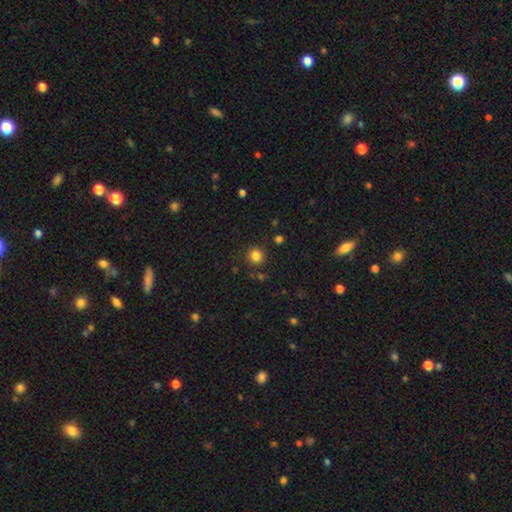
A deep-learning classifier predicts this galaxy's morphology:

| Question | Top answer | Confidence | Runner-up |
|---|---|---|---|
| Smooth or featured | smooth | 83% | star or artifact (13%) |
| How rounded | round | 94% | in between (5%) |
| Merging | none | 88% | minor disturbance (7%) |